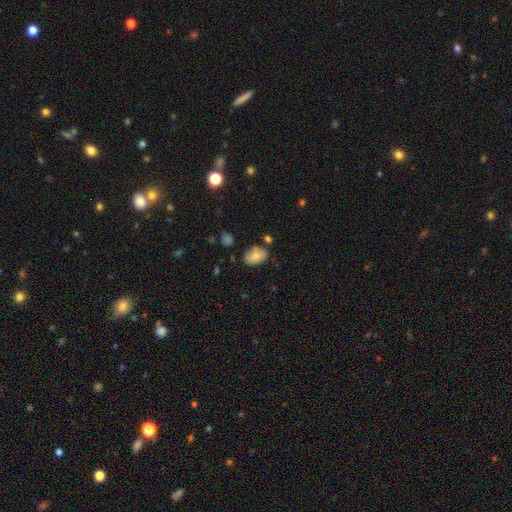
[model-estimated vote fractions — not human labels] Smooth or featured?
  - smooth: 82% *
  - featured or disk: 10%
  - star or artifact: 8%
How rounded?
  - in between: 88% *
  - round: 11%
  - cigar-shaped: 1%
Merging?
  - none: 74% *
  - minor disturbance: 16%
  - merger: 6%
  - major disturbance: 3%